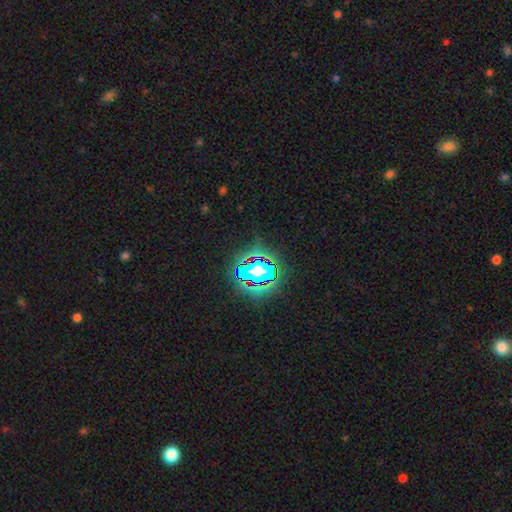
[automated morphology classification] Q: Smooth or featured?
A: star or artifact (82%); runner-up: smooth (11%)